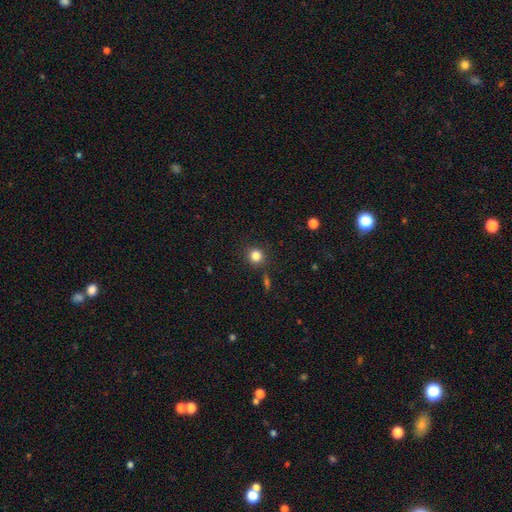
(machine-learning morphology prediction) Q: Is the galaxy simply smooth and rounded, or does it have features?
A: smooth — 83%.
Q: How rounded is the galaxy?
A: round — 91%.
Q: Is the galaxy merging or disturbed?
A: none — 87%.